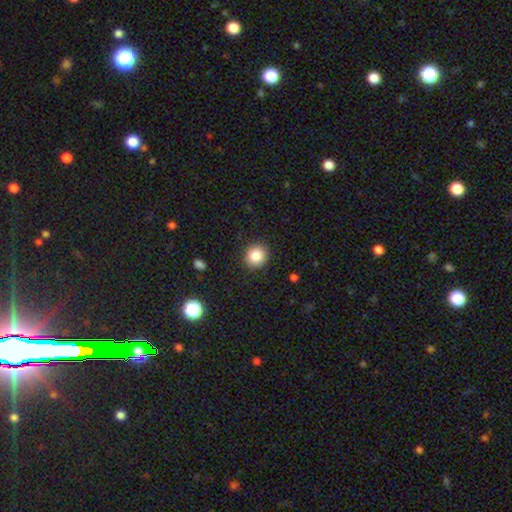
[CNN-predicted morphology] smooth_or_featured: smooth (p=0.85) [alt: star or artifact p=0.10]
how_rounded: round (p=0.88) [alt: in between p=0.11]
merging: none (p=0.90) [alt: minor disturbance p=0.07]